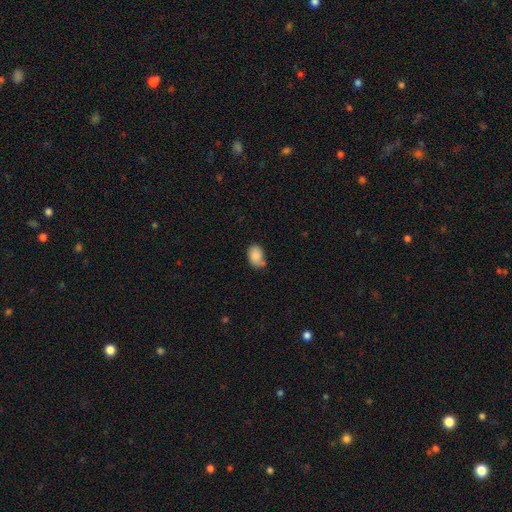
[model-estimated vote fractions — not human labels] smooth 85%, star or artifact 8%, featured or disk 7%. Down the decision tree: how rounded — in between (83%); merging — none (60%).